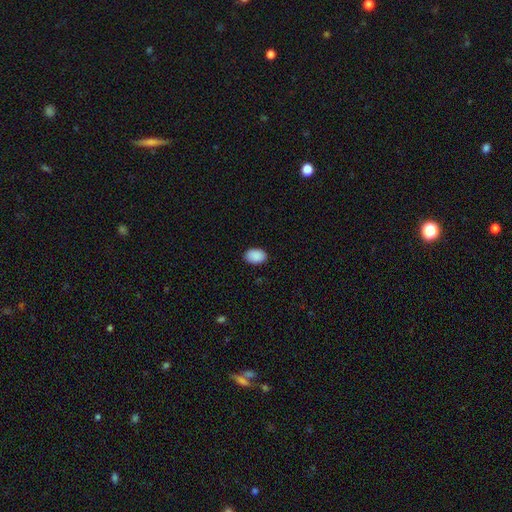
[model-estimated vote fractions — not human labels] This is clearly a smooth galaxy (90%). How rounded: clearly in between (83%). Merging: clearly none (88%).